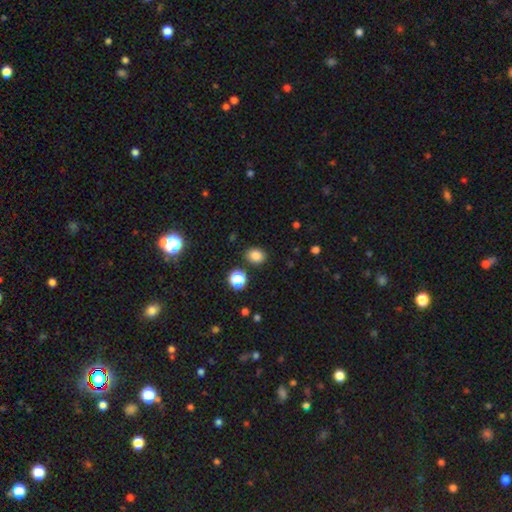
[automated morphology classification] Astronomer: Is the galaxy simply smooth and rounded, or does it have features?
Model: smooth — 82%.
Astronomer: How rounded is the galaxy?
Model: round — 50% (runner-up: in between, 49%).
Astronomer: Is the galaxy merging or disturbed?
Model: none — 86%.